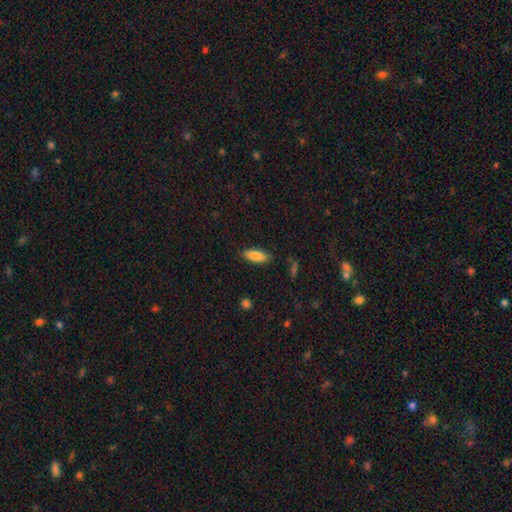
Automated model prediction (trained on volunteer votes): The model was most divided on "how rounded": in between: 68%, cigar-shaped: 30%, round: 2%. More confident: merging — none (86%); smooth or featured — smooth (85%).